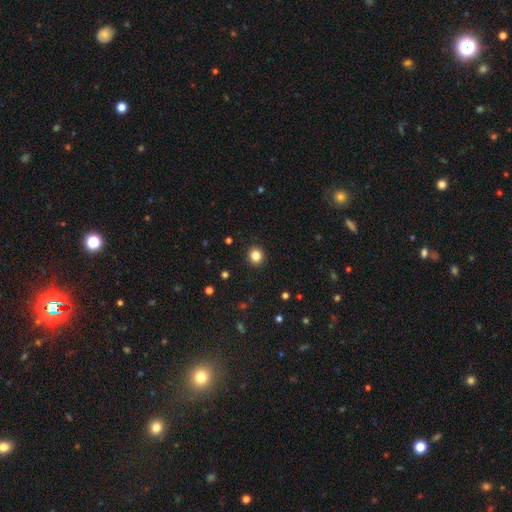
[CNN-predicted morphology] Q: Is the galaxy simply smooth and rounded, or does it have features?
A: smooth — 83%.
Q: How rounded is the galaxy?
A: round — 86%.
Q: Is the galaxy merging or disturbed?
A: none — 92%.